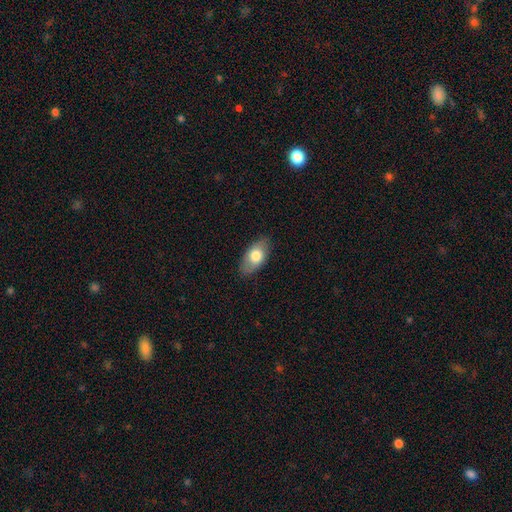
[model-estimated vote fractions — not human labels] Overall: smooth (72%). How rounded: in between (92%). Merging: none (82%).